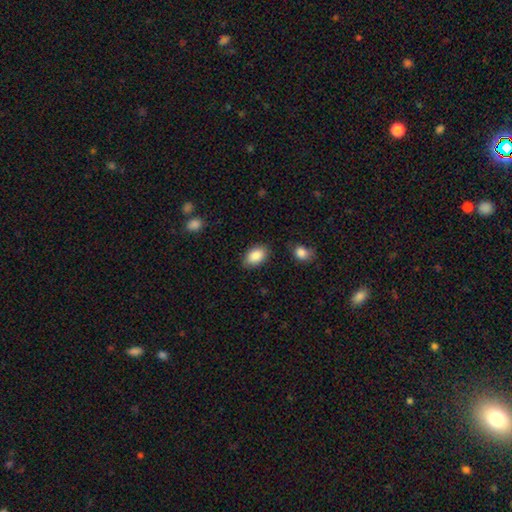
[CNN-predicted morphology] A smooth galaxy with no disk features (88%) that is in between round and cigar-shaped (90%). Merging: none (82%).